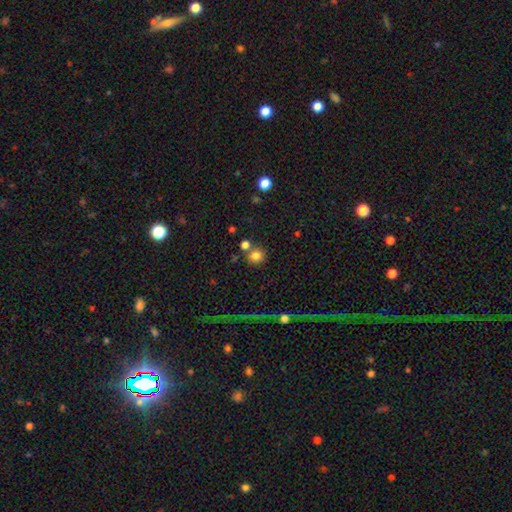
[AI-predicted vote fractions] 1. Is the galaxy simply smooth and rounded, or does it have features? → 80% smooth, 13% star or artifact, 7% featured or disk.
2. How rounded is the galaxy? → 86% round, 13% in between, 1% cigar-shaped.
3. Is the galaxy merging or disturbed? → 70% none, 18% merger, 9% minor disturbance, 3% major disturbance.